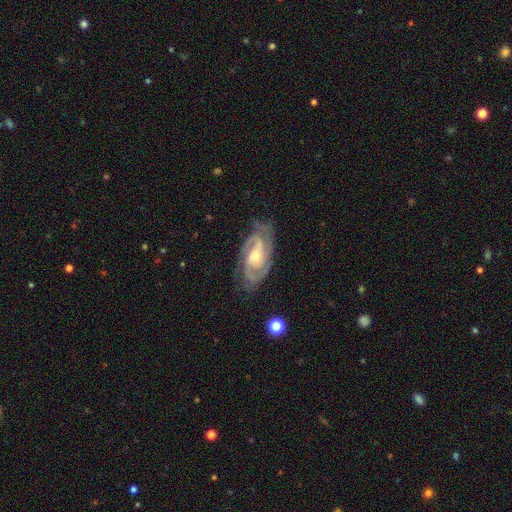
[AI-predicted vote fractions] Morphology: type=featured or disk (90%); edge-on=no (96%); bar=no (49%); spiral arms=yes (98%); winding=tight (57%); arm count=2 (54%); bulge=moderate (46%, tied with small); merging=none (77%).